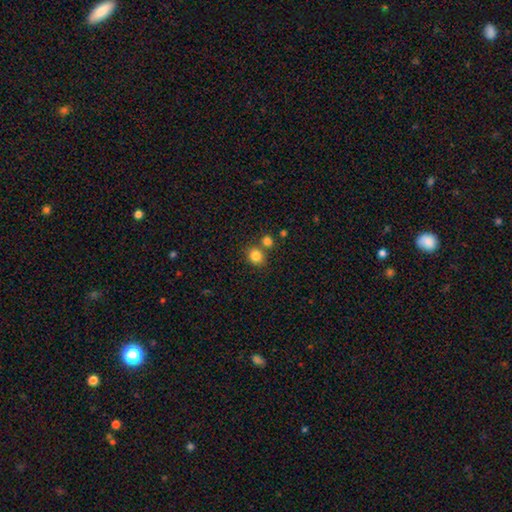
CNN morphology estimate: Smooth or featured: smooth — 83% (star or artifact — 11%)
How rounded: round — 76% (in between — 23%)
Merging: none — 69% (merger — 19%)